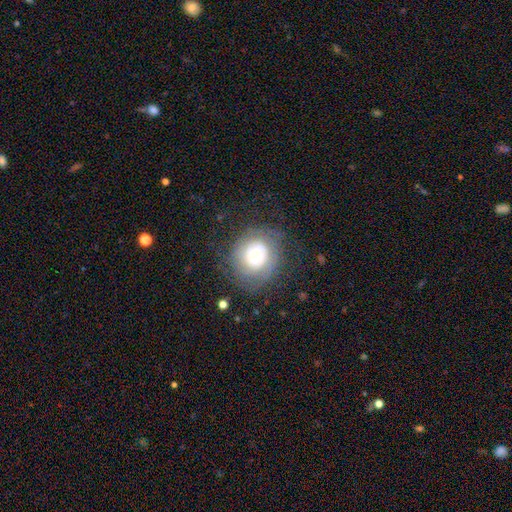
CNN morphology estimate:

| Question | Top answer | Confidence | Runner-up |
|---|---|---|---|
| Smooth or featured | featured or disk | 56% | smooth (34%) |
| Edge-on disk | no | 97% | yes (3%) |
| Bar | no | 81% | weak (15%) |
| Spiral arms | yes | 75% | no (25%) |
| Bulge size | small | 41% | moderate (38%) |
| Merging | none | 68% | minor disturbance (17%) |